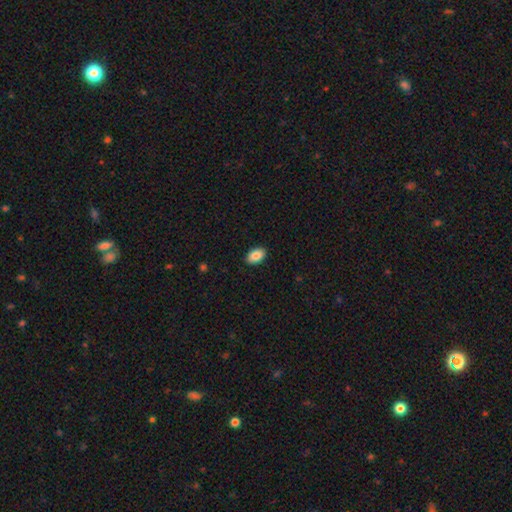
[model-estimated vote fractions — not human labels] Q: Smooth or featured?
A: smooth (87%); runner-up: star or artifact (7%)
Q: How rounded?
A: in between (90%); runner-up: round (9%)
Q: Merging?
A: none (89%); runner-up: minor disturbance (9%)